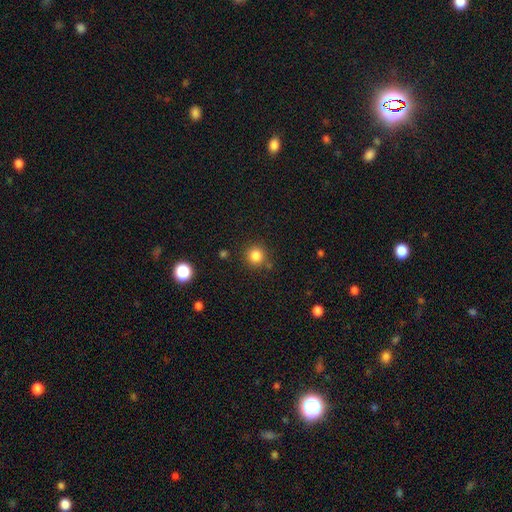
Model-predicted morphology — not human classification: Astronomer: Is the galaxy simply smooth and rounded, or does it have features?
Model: smooth — 83%.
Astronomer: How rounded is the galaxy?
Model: round — 93%.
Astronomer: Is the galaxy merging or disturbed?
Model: none — 84%.